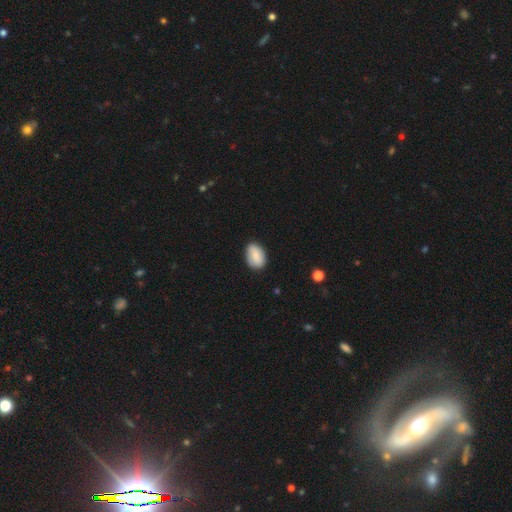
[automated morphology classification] This appears to be a smooth galaxy with no disk features (83%) that is in between round and cigar-shaped (87%). Merging: none (81%).